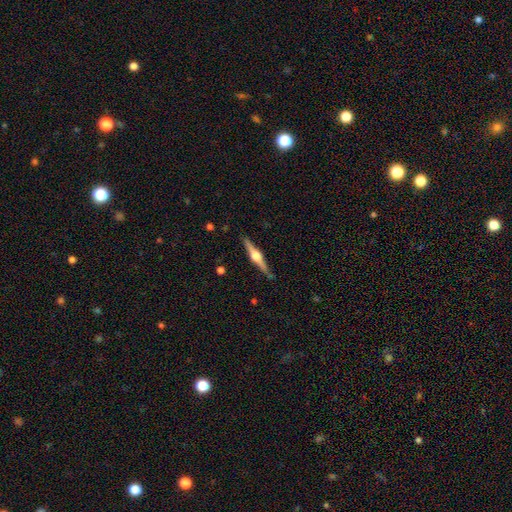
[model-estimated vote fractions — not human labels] Q: Smooth or featured?
A: featured or disk (82%); runner-up: smooth (12%)
Q: Edge-on disk?
A: yes (98%); runner-up: no (2%)
Q: Edge-on bulge?
A: rounded (94%); runner-up: boxy (5%)
Q: Merging?
A: none (87%); runner-up: minor disturbance (9%)